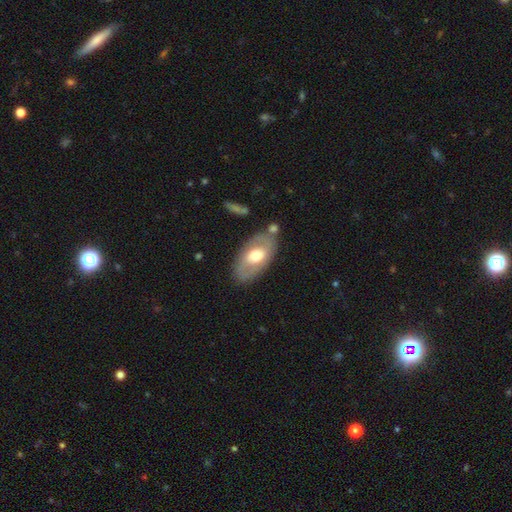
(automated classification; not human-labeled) Smooth or featured? Predicted: featured or disk (p=0.52). Edge-on disk? Predicted: no (p=0.89). Merging? Predicted: none (p=0.73).